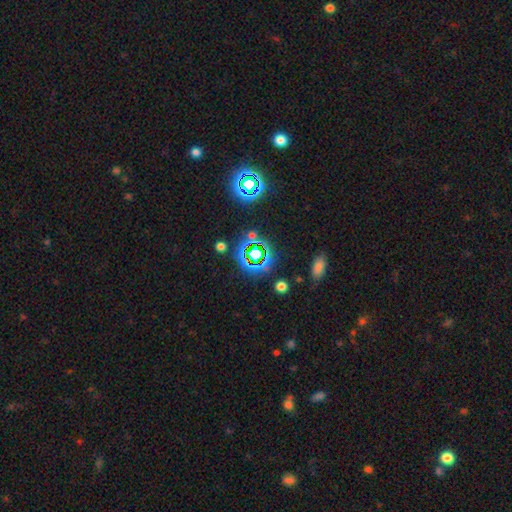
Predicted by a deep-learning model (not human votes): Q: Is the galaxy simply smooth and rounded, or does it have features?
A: star or artifact — 71%.